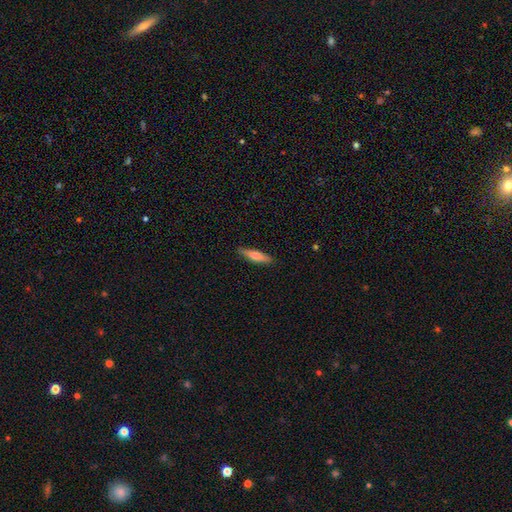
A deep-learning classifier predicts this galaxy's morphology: Q: Smooth or featured?
A: smooth (59%); runner-up: featured or disk (35%)
Q: How rounded?
A: cigar-shaped (77%); runner-up: in between (22%)
Q: Merging?
A: none (87%); runner-up: minor disturbance (10%)